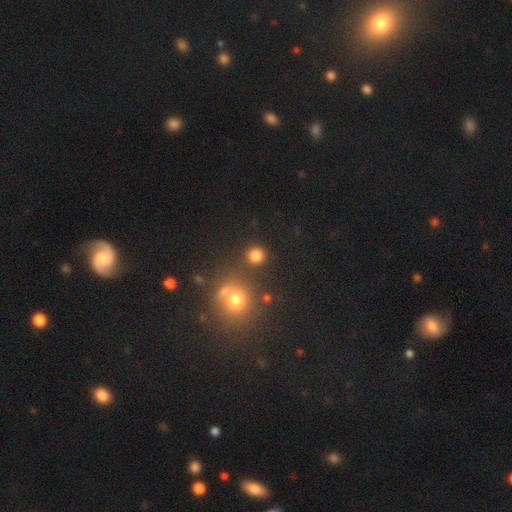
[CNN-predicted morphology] A smooth galaxy with no disk features (81%) that is round (92%).

Vote fractions:
- Smooth or featured? smooth: 81% / star or artifact: 14% / featured or disk: 5%
- How rounded? round: 92% / in between: 7% / cigar-shaped: 1%
- Merging? none: 85% / minor disturbance: 7% / merger: 6% / major disturbance: 3%